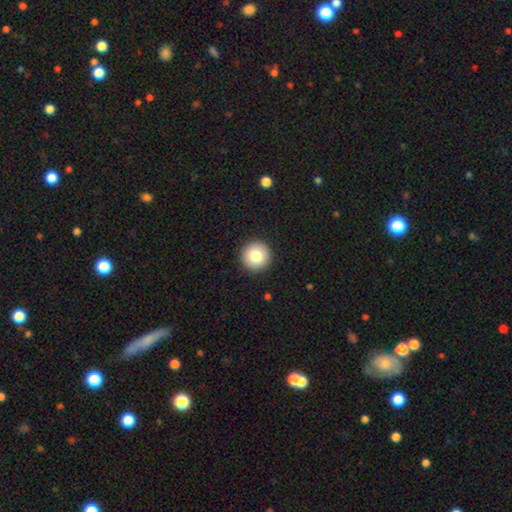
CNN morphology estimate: smooth_or_featured: smooth (p=0.82) [alt: featured or disk p=0.10]
how_rounded: round (p=0.96) [alt: in between p=0.04]
merging: none (p=0.93) [alt: minor disturbance p=0.04]